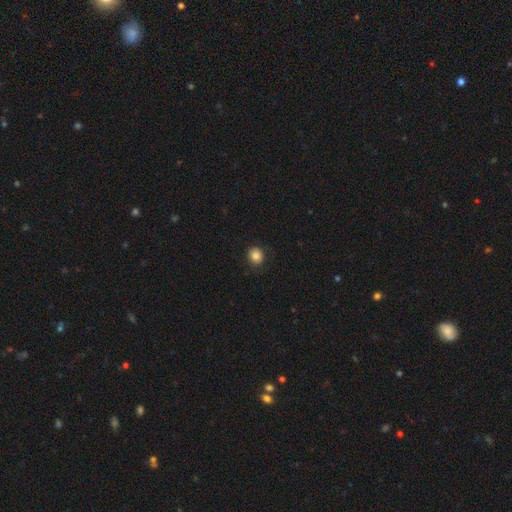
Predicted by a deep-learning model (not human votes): Morphology: type=smooth (84%); roundness=round (82%); merging=none (86%).